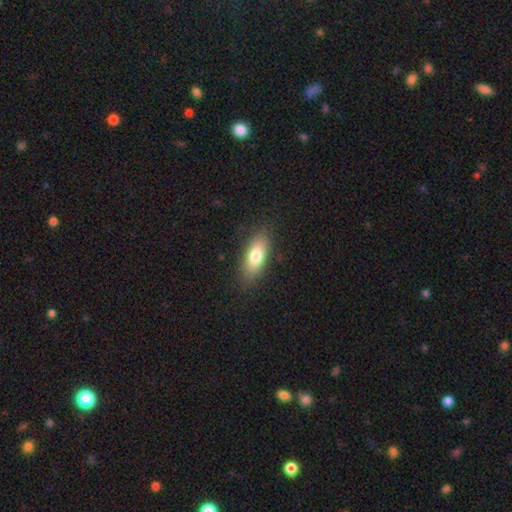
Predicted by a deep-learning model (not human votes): The model was most divided on "how rounded": in between: 78%, cigar-shaped: 18%, round: 3%. More confident: merging — none (85%); smooth or featured — smooth (78%).